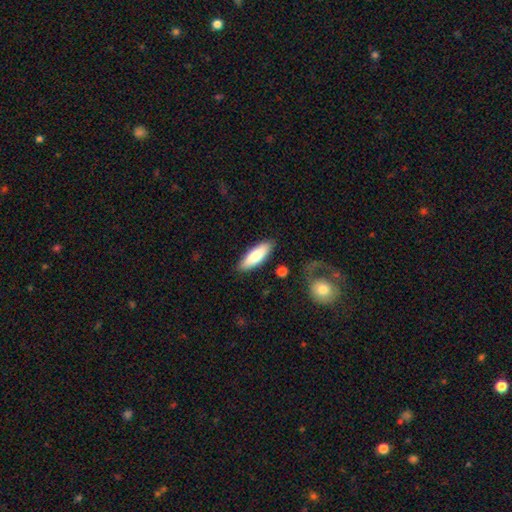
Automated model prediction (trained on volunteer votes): smooth 81%, featured or disk 14%, star or artifact 5%. Down the decision tree: how rounded — in between (56%); merging — none (85%).